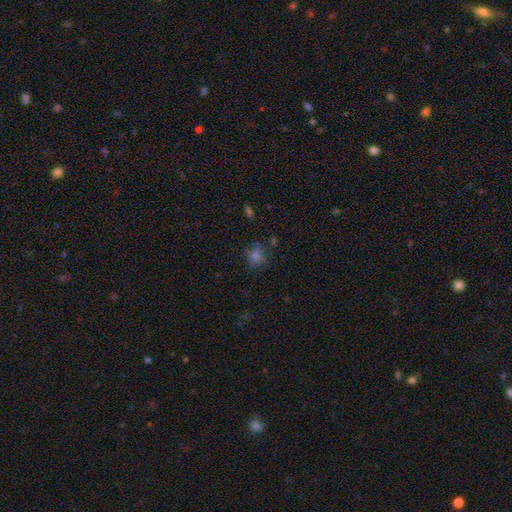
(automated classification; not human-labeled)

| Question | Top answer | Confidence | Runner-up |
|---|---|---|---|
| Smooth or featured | smooth | 54% | star or artifact (29%) |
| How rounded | round | 74% | in between (24%) |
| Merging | none | 71% | minor disturbance (18%) |